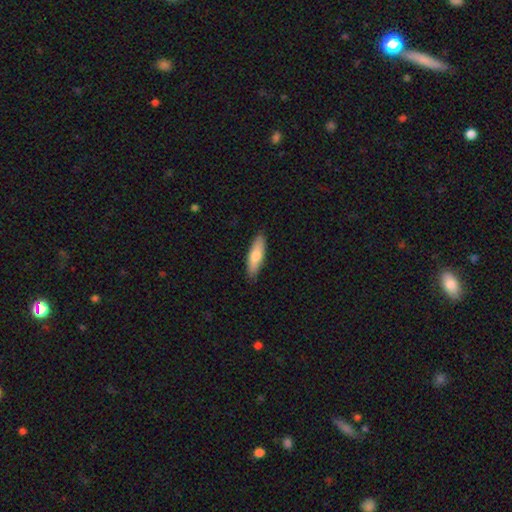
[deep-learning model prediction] smooth_or_featured: smooth (p=0.74) [alt: featured or disk p=0.20]
how_rounded: cigar-shaped (p=0.56) [alt: in between p=0.42]
merging: none (p=0.88) [alt: minor disturbance p=0.09]